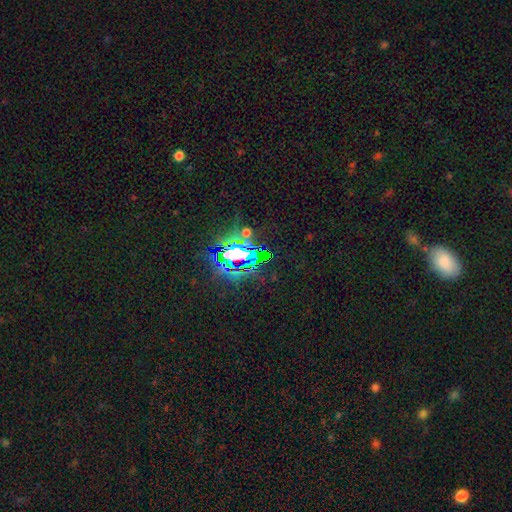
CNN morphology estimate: Overall: star or artifact (78%).